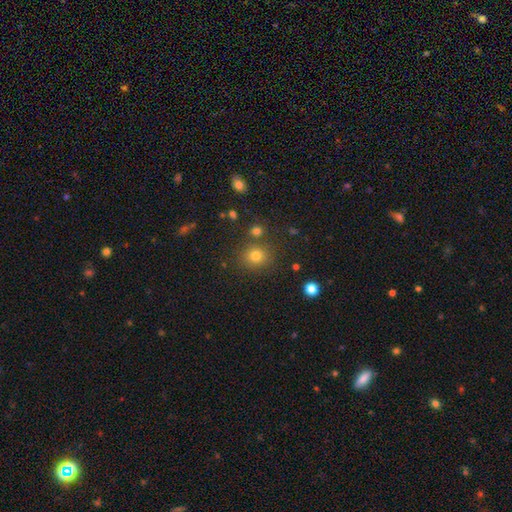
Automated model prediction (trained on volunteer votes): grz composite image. It shows a smooth galaxy with no disk features (77%) that is round (86%). Merging: none (81%).